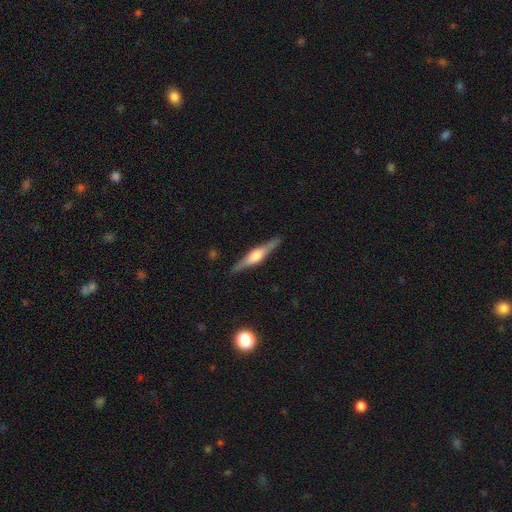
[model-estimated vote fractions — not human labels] The model was most divided on "smooth or featured": featured or disk: 73%, smooth: 22%, star or artifact: 5%. More confident: edge-on disk — yes (97%); merging — none (89%); edge-on bulge — rounded (85%).